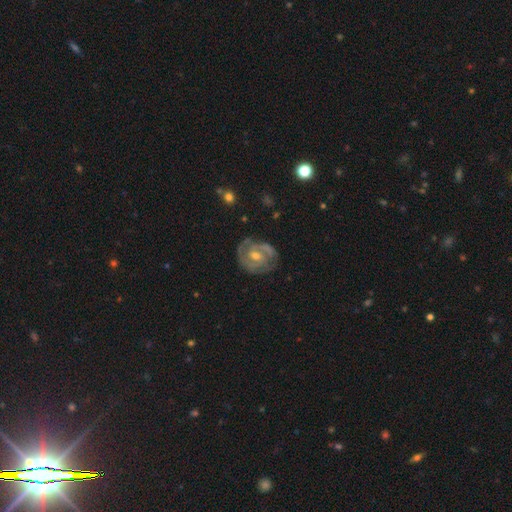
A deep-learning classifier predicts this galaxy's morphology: This appears to be a featured or disk galaxy (85%) with no bar (44%, tied with weak), 2 (65%) tight (61%) spiral arms (94%) and a moderate central bulge (61%). Merging: none (75%).